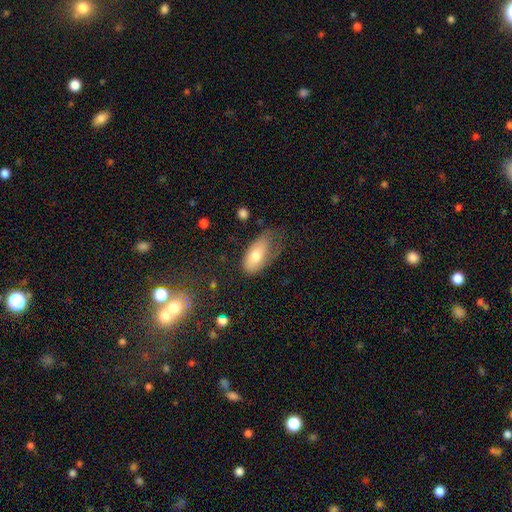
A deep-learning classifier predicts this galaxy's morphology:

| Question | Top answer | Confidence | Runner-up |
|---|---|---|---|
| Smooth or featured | smooth | 71% | featured or disk (22%) |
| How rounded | in between | 91% | cigar-shaped (6%) |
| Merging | minor disturbance | 37% | none (33%) |